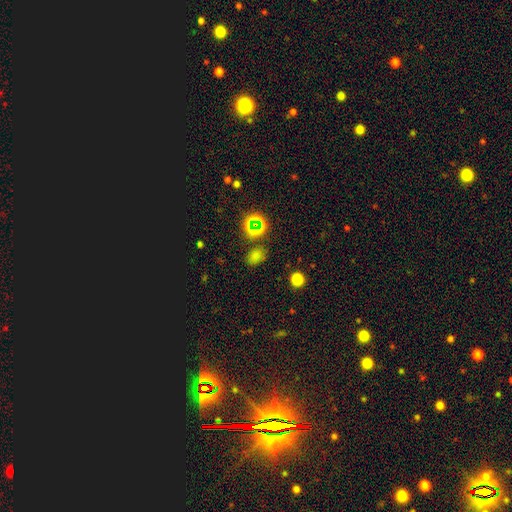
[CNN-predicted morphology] Smooth or featured: smooth — 63% (star or artifact — 32%)
How rounded: in between — 63% (round — 35%)
Merging: none — 78% (minor disturbance — 13%)